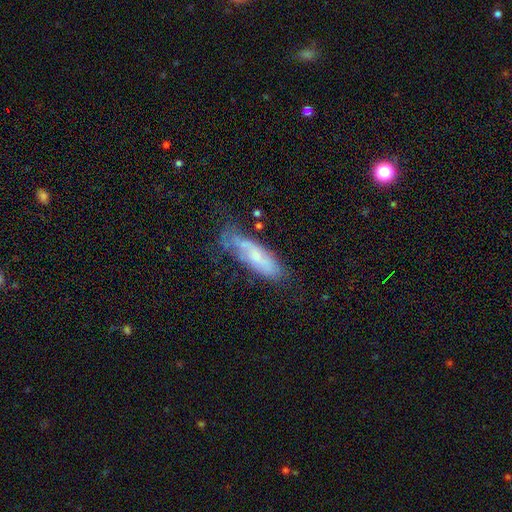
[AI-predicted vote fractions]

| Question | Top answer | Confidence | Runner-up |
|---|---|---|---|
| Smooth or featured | smooth | 48% | featured or disk (43%) |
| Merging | none | 48% | minor disturbance (31%) |